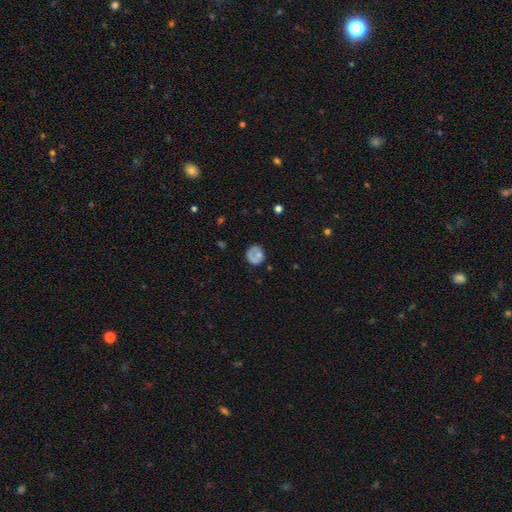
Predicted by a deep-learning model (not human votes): Smooth or featured? Predicted: smooth (p=0.59). How rounded? Predicted: round (p=0.73). Merging? Predicted: none (p=0.50).